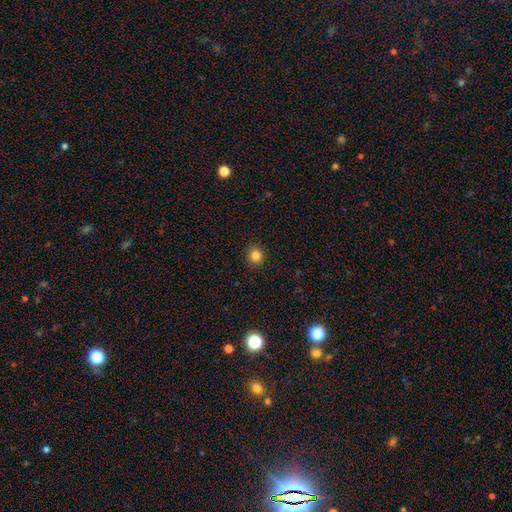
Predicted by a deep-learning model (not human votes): A smooth galaxy with no disk features (83%) that is round (83%).

Vote fractions:
- Smooth or featured? smooth: 83% / star or artifact: 12% / featured or disk: 5%
- How rounded? round: 83% / in between: 16% / cigar-shaped: 1%
- Merging? none: 92% / minor disturbance: 6% / major disturbance: 2% / merger: 1%